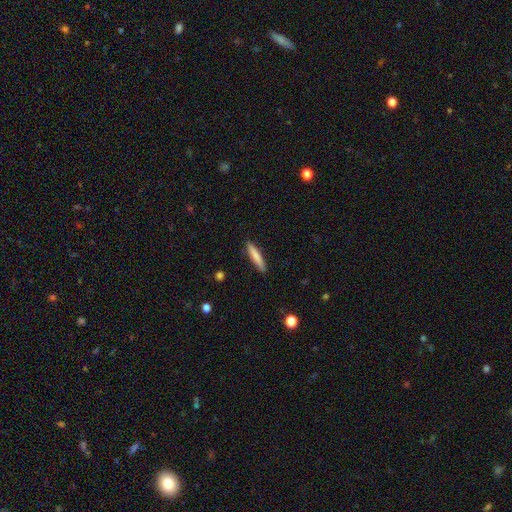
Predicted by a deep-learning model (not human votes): Morphology: type=smooth (78%); roundness=cigar-shaped (91%); merging=none (90%).